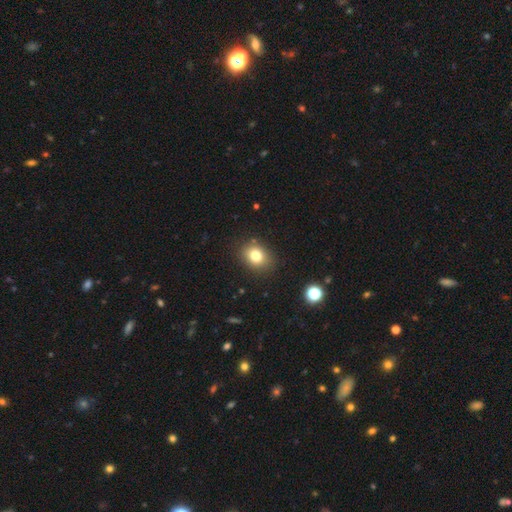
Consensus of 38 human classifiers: Overall: smooth (76%). How rounded: round (69%; in between 31%). Merging: none (82%).